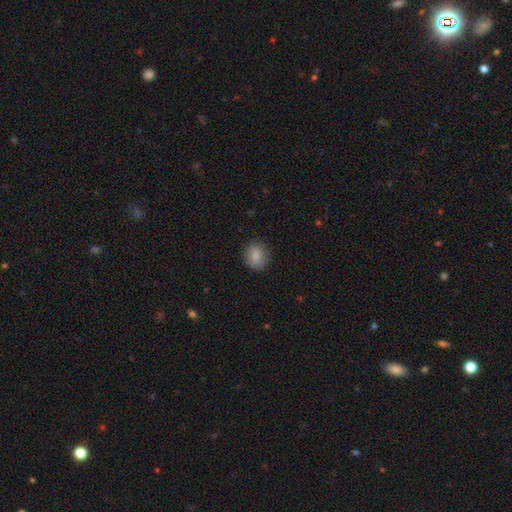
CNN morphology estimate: A smooth galaxy with no disk features (86%) that is round (74%).

Vote fractions:
- Smooth or featured? smooth: 86% / star or artifact: 8% / featured or disk: 6%
- How rounded? round: 74% / in between: 25% / cigar-shaped: 1%
- Merging? none: 86% / minor disturbance: 10% / major disturbance: 3% / merger: 1%